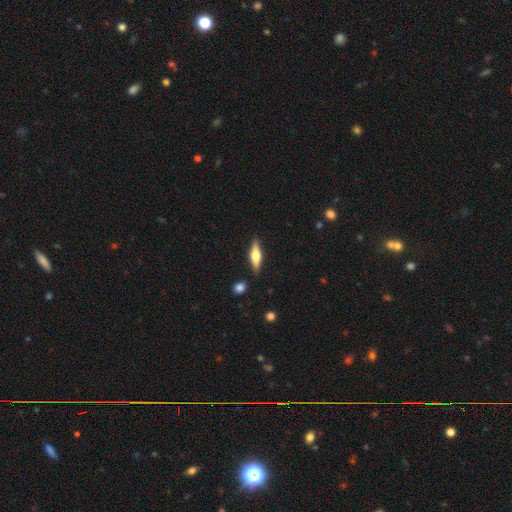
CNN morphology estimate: Overall: featured or disk (53%; smooth 41%). Edge-on disk: yes (94%). Merging: none (86%).